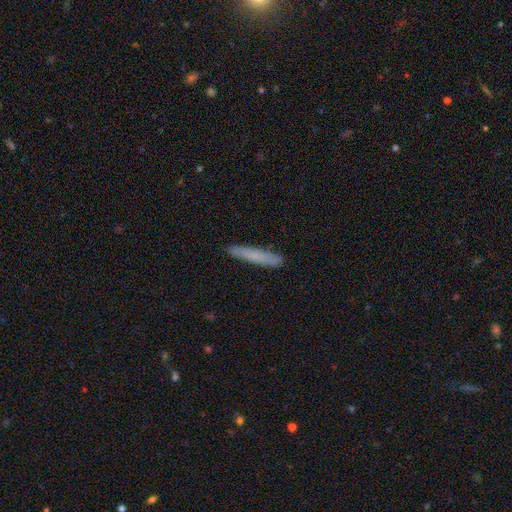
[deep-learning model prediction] A smooth galaxy with no disk features (73%) that is cigar-shaped (94%). Merging: none (89%).